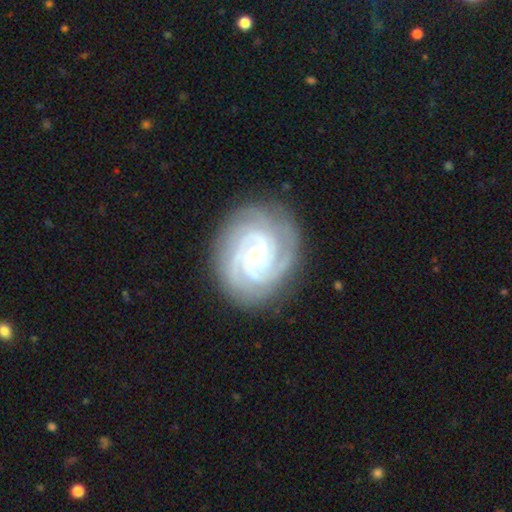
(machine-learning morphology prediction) Smooth or featured?
  - featured or disk: 90% *
  - star or artifact: 5%
  - smooth: 5%
Edge-on disk?
  - no: 98% *
  - yes: 2%
Bar?
  - no: 64% *
  - weak: 27%
  - strong: 9%
Spiral arms?
  - yes: 98% *
  - no: 2%
Spiral winding?
  - tight: 78% *
  - medium: 20%
  - loose: 2%
Spiral arm count?
  - 3: 35% *
  - 4: 25%
  - 2: 15%
  - can't tell: 12%
  - more than 4: 7%
  - 1: 6%
Bulge size?
  - small: 81% *
  - moderate: 14%
  - none: 3%
  - large: 1%
  - dominant: 1%
Merging?
  - none: 82% *
  - minor disturbance: 13%
  - major disturbance: 4%
  - merger: 1%